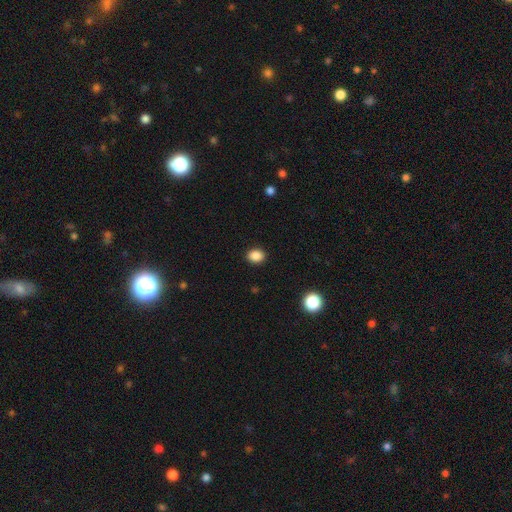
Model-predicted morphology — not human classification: This appears to be a smooth galaxy with no disk features (87%) that is round (51%). Merging: none (91%).